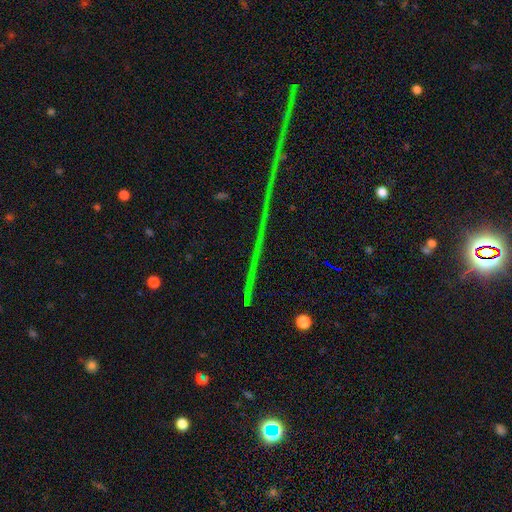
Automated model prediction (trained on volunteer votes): This is clearly a star or artifact rather than a galaxy (81%).